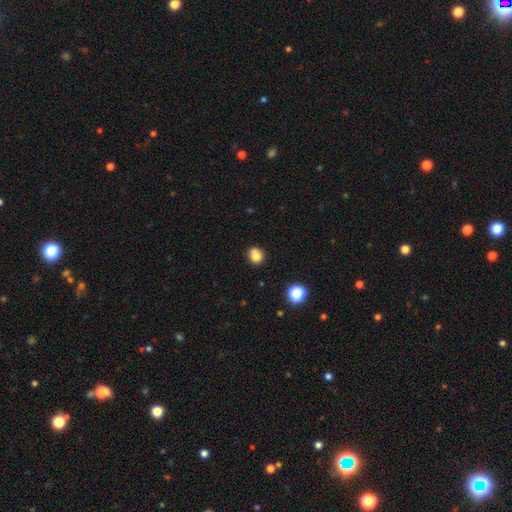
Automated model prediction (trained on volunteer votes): Smooth or featured? smooth (77%)
How rounded? round (73%)
Merging? none (51%)